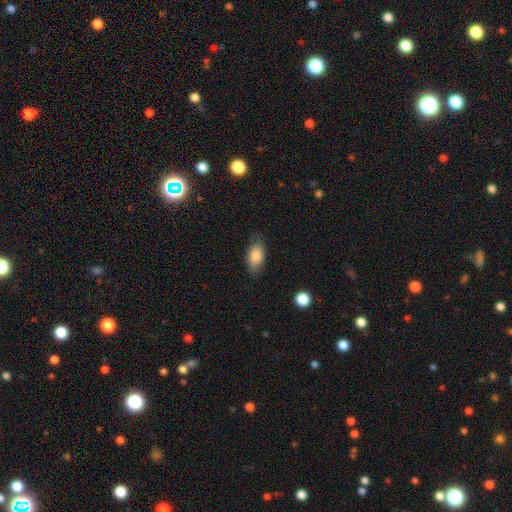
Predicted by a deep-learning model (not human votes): A smooth galaxy with no disk features (82%) that is in between round and cigar-shaped (91%).

Vote fractions:
- Smooth or featured? smooth: 82% / featured or disk: 11% / star or artifact: 7%
- How rounded? in between: 91% / cigar-shaped: 5% / round: 5%
- Merging? none: 79% / minor disturbance: 16% / major disturbance: 4% / merger: 1%